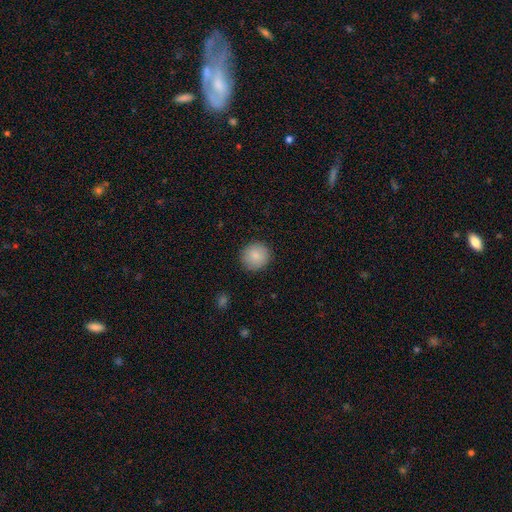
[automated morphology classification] This is clearly a smooth galaxy (86%). How rounded: clearly round (92%). Merging: clearly none (90%).